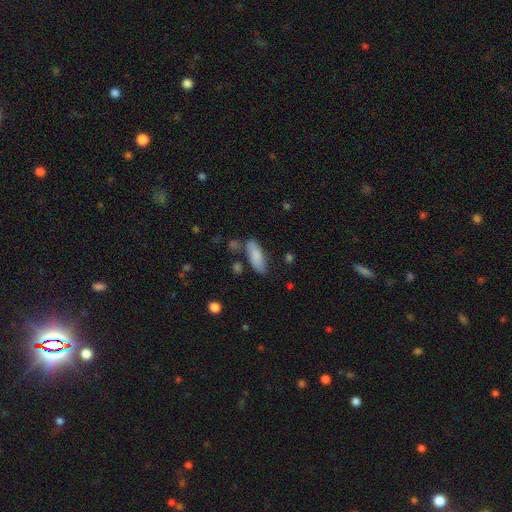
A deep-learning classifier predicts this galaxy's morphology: smooth-or-featured: smooth: 84% | featured or disk: 10% | star or artifact: 6%
  how-rounded: in between: 69% | cigar-shaped: 29% | round: 2%
  merging: none: 68% | minor disturbance: 18% | merger: 9% | major disturbance: 5%